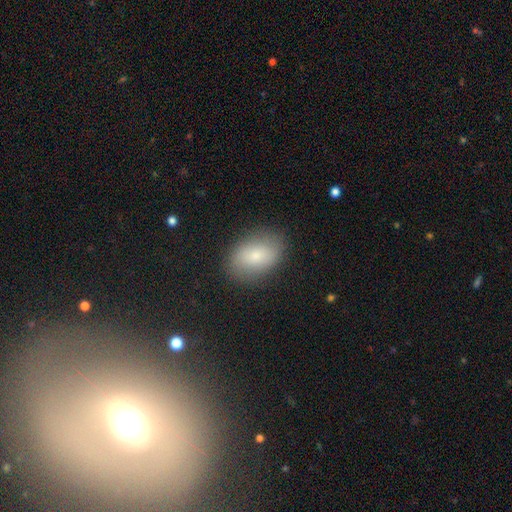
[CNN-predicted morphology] Q: Smooth or featured?
A: smooth (75%); runner-up: featured or disk (17%)
Q: How rounded?
A: in between (84%); runner-up: round (14%)
Q: Merging?
A: none (83%); runner-up: minor disturbance (12%)